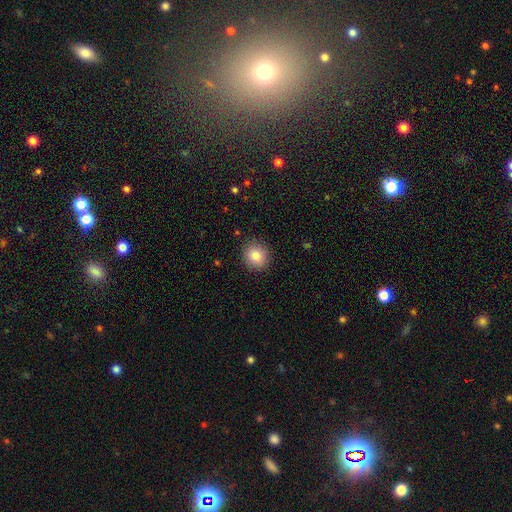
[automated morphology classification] type=smooth (84%); roundness=round (87%); merging=none (90%).